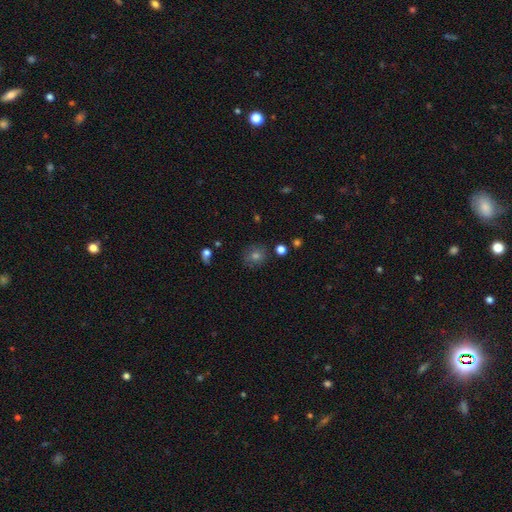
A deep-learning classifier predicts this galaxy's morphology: Overall: smooth (62%; star or artifact 23%). How rounded: round (81%). Merging: none (83%).